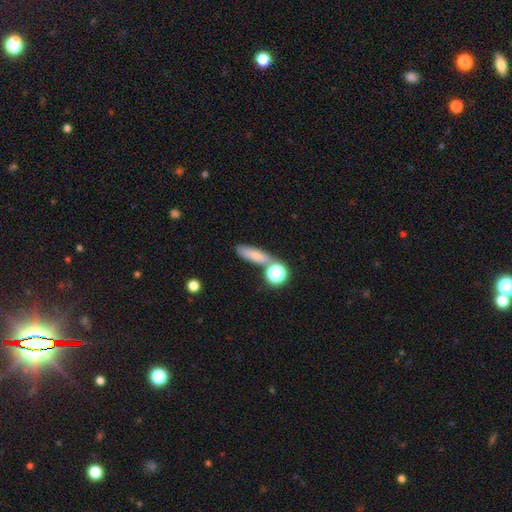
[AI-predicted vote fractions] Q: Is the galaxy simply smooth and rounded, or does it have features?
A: smooth — 73%.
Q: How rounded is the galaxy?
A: in between — 44%.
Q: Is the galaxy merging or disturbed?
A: none — 65%.